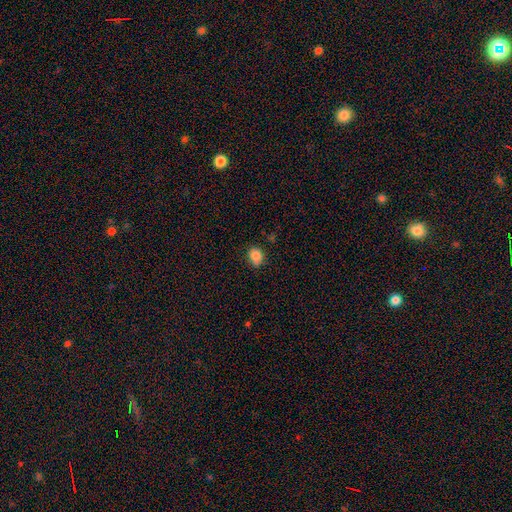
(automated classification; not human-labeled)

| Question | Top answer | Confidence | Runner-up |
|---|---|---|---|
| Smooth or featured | smooth | 84% | star or artifact (10%) |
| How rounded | round | 57% | in between (42%) |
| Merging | none | 70% | minor disturbance (23%) |